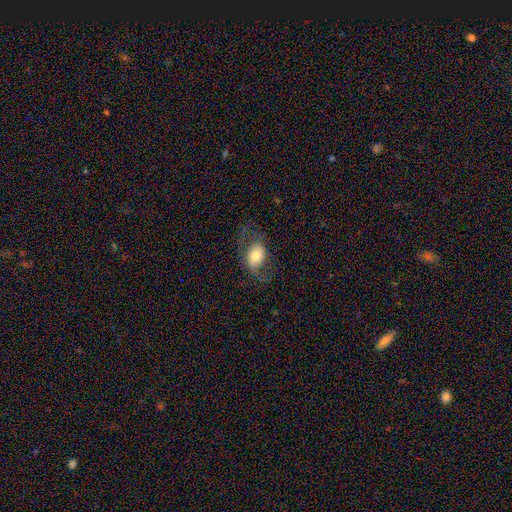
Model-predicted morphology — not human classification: Smooth or featured? smooth (50%)
How rounded? in between (72%)
Merging? none (63%)